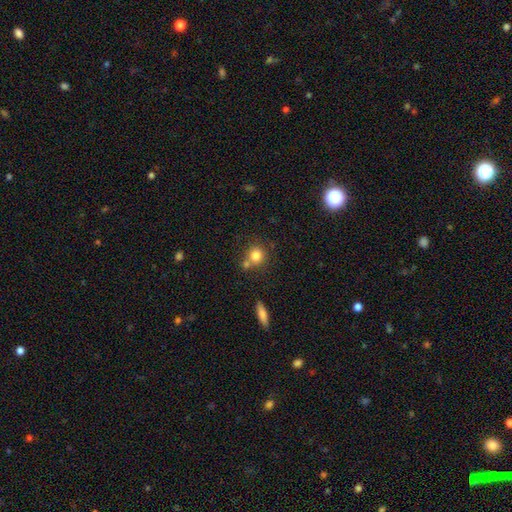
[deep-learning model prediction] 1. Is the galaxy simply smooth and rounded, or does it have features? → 80% smooth, 11% star or artifact, 9% featured or disk.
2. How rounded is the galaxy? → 87% round, 12% in between, 1% cigar-shaped.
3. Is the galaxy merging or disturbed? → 60% none, 27% merger, 10% minor disturbance, 4% major disturbance.